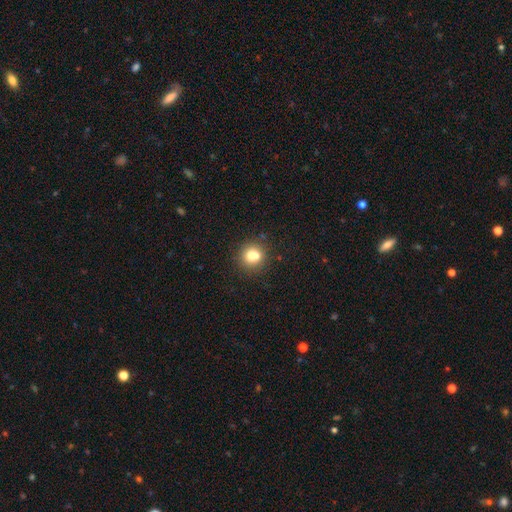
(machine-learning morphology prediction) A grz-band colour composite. It shows a smooth galaxy with no disk features (74%) that is round (85%). Merging: none (59%).